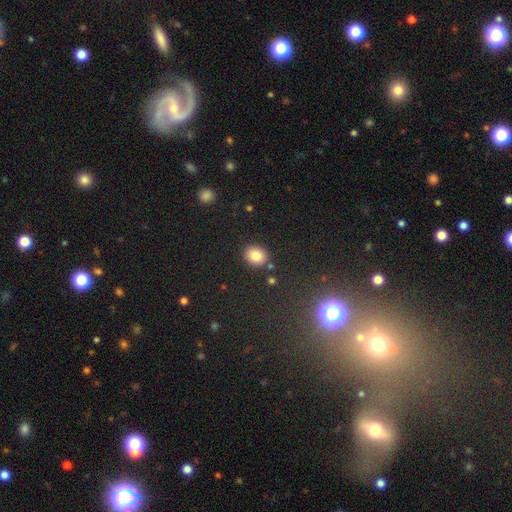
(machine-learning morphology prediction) Smooth or featured? smooth (84%)
How rounded? round (59%)
Merging? none (85%)